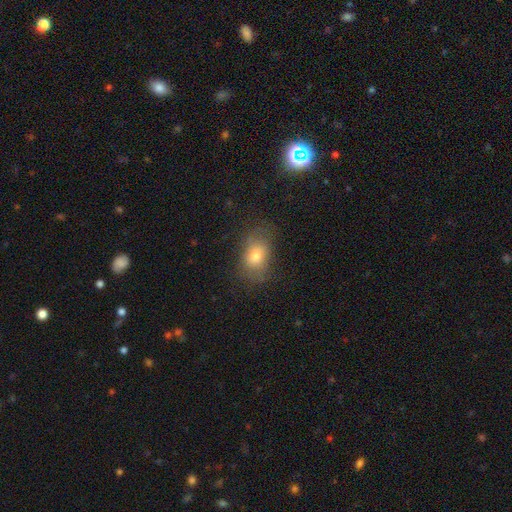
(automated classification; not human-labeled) This appears to be a smooth galaxy with no disk features (72%) that is in between round and cigar-shaped (74%). Merging: none (64%).